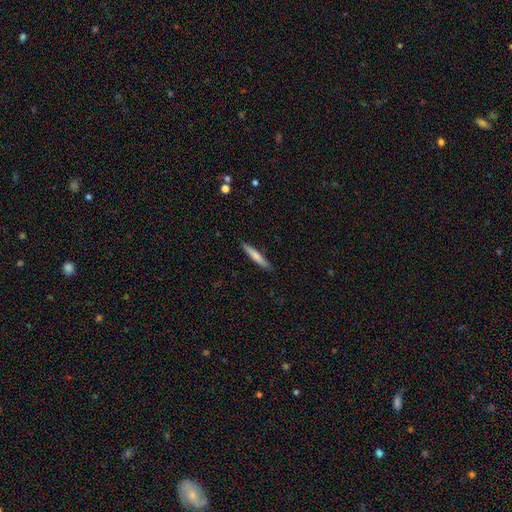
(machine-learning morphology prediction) Smooth or featured? Predicted: smooth (p=0.71). How rounded? Predicted: cigar-shaped (p=0.93). Merging? Predicted: none (p=0.90).